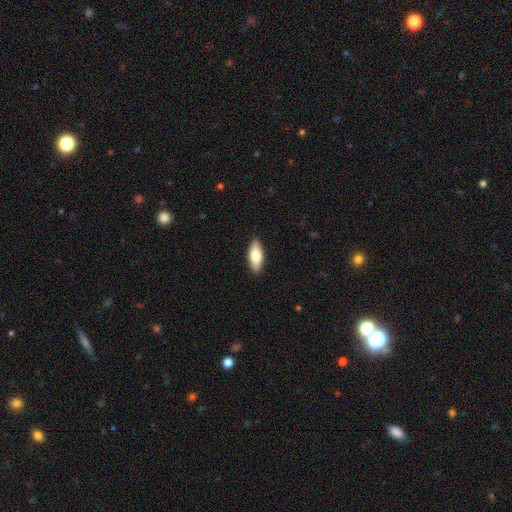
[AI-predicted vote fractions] Morphology: type=smooth (77%); roundness=in between (76%); merging=none (89%).